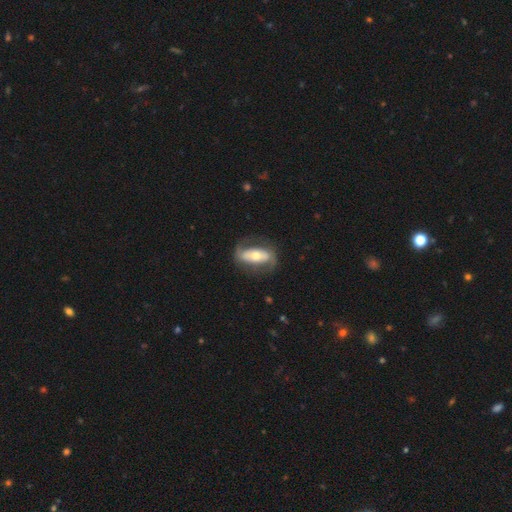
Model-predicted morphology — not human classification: smooth-or-featured: featured or disk: 66% | smooth: 29% | star or artifact: 5%
  disk-edge-on: no: 88% | yes: 12%
    bar: strong: 44% | no: 36% | weak: 20%
    has-spiral-arms: yes: 69% | no: 31%
    bulge-size: moderate: 60% | small: 29% | large: 8% | dominant: 2% | none: 1%
  merging: none: 72% | minor disturbance: 16% | major disturbance: 10% | merger: 2%